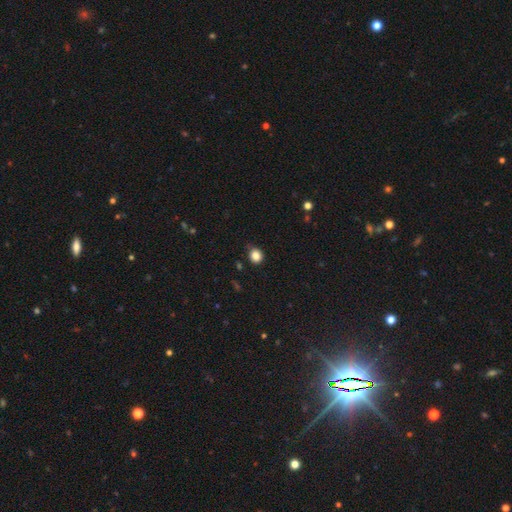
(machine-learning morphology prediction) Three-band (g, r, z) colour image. It shows a smooth galaxy with no disk features (84%) that is round (78%). Merging: none (79%).